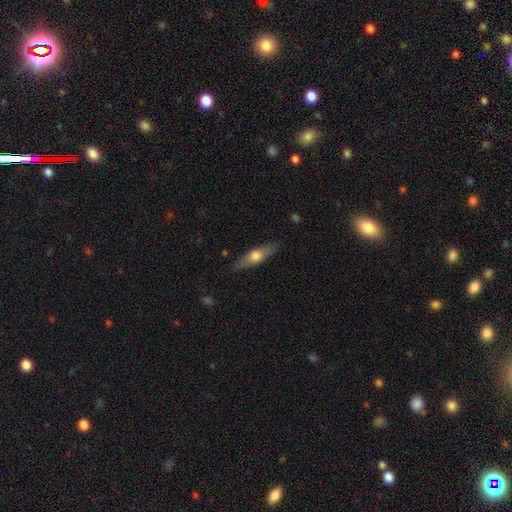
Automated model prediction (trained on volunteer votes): This appears to be a smooth galaxy with no disk features (53%) that is cigar-shaped (63%). Merging: none (84%).